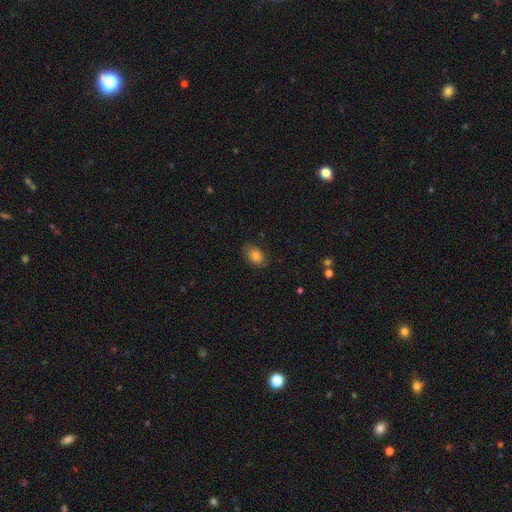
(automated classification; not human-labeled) smooth-or-featured: smooth: 78% | featured or disk: 12% | star or artifact: 9%
  how-rounded: in between: 82% | round: 16% | cigar-shaped: 1%
  merging: none: 79% | minor disturbance: 16% | major disturbance: 4% | merger: 1%